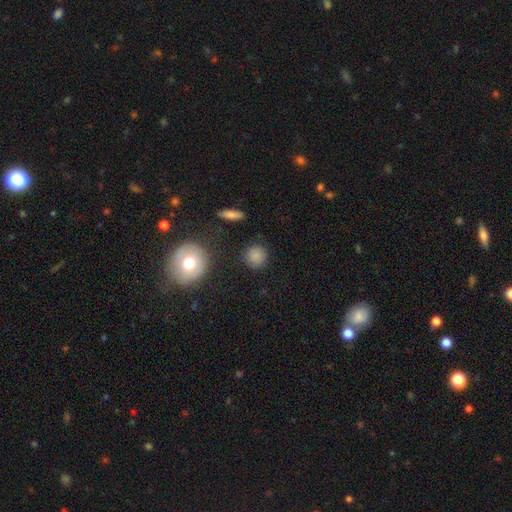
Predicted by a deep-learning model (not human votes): smooth 82%, star or artifact 11%, featured or disk 7%. Down the decision tree: how rounded — round (89%); merging — none (86%).